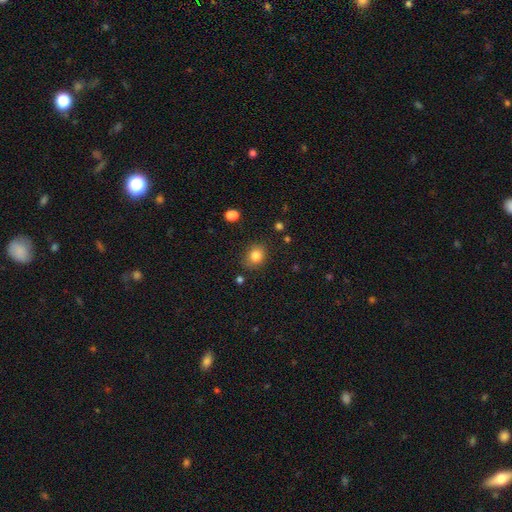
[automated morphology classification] This appears to be a smooth galaxy with no disk features (82%) that is round (60%). Merging: none (80%).